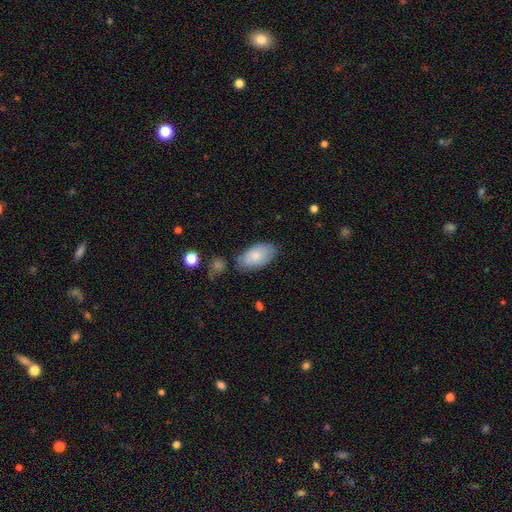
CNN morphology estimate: The model was most divided on "merging": none: 69%, minor disturbance: 21%, merger: 5%, major disturbance: 5%. More confident: how rounded — in between (94%); smooth or featured — smooth (76%).